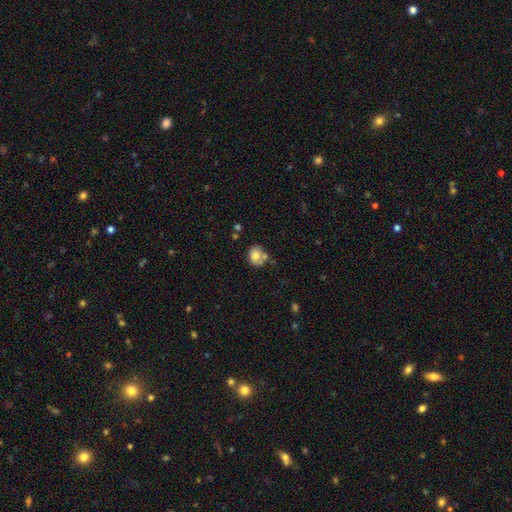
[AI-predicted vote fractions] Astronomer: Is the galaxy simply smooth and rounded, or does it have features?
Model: smooth — 73%.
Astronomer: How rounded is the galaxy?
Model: round — 68%.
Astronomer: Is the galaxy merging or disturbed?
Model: none — 50%.